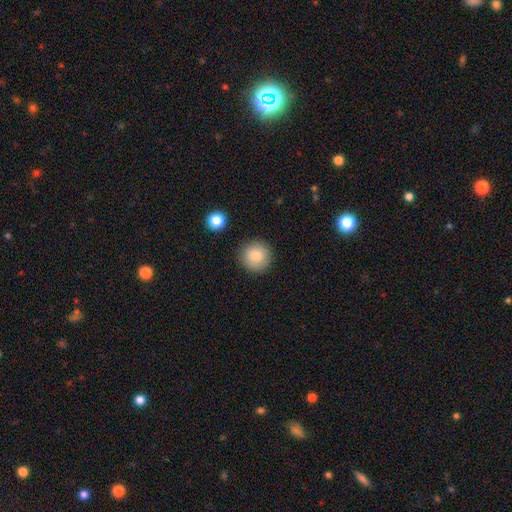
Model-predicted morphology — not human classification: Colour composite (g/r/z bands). It shows a smooth galaxy with no disk features (83%) that is round (95%). Merging: none (89%).